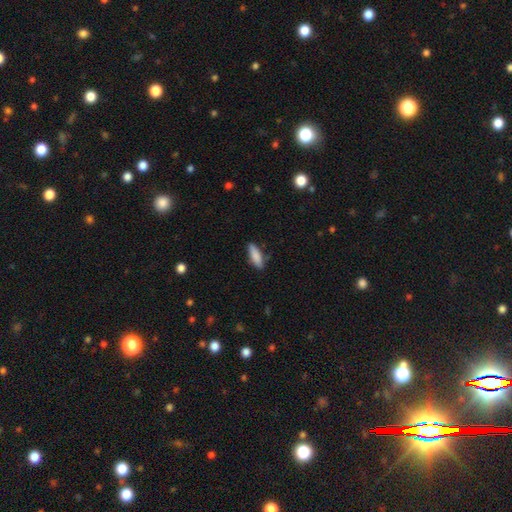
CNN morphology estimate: type=smooth (86%); roundness=in between (57%); merging=none (76%).